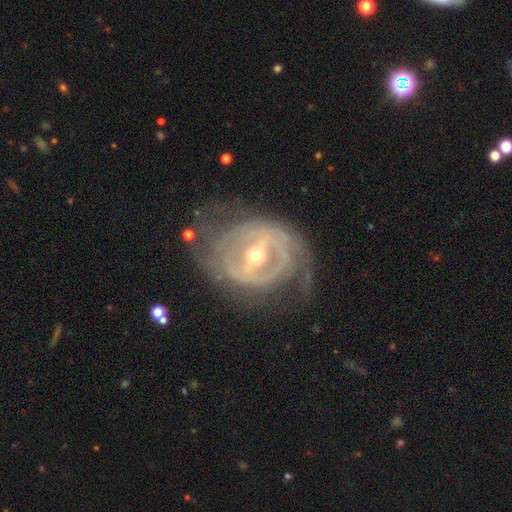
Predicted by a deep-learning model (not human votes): A featured or disk galaxy (84%) with a strong bar (49%), 2 (45%) tight (52%) spiral arms (76%) and a small central bulge (67%).

Vote fractions:
- Smooth or featured? featured or disk: 84% / smooth: 10% / star or artifact: 6%
- Edge-on disk? no: 95% / yes: 5%
- Bar? strong: 49% / weak: 34% / no: 17%
- Spiral arms? yes: 76% / no: 24%
- Spiral winding? tight: 52% / medium: 34% / loose: 15%
- Spiral arm count? 2: 45% / can't tell: 34% / 3: 9% / 1: 6% / 4: 4% / more than 4: 3%
- Bulge size? small: 67% / moderate: 29% / large: 2% / none: 1% / dominant: 1%
- Merging? none: 53% / major disturbance: 23% / minor disturbance: 22% / merger: 2%